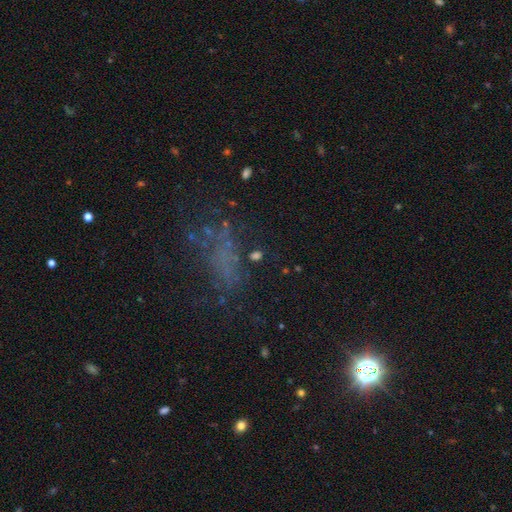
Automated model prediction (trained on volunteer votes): smooth-or-featured: smooth: 38% | star or artifact: 36% | featured or disk: 26%
  merging: none: 51% | major disturbance: 25% | minor disturbance: 17% | merger: 8%